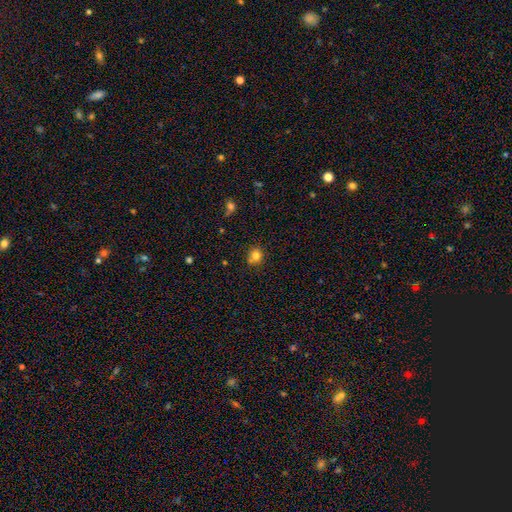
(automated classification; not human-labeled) Smooth or featured: smooth — 79% (star or artifact — 13%)
How rounded: round — 85% (in between — 14%)
Merging: none — 69% (merger — 14%)